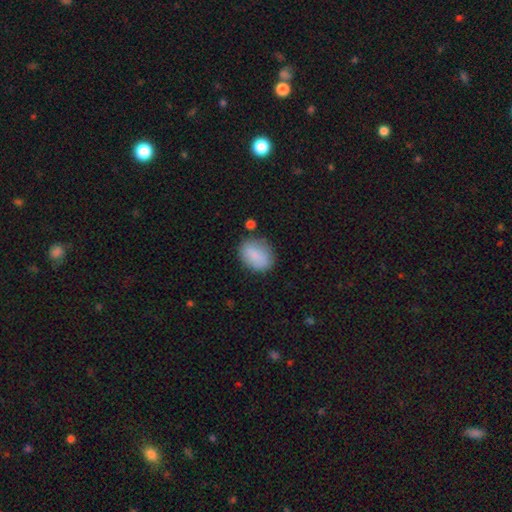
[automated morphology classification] Smooth or featured: smooth — 84% (featured or disk — 9%)
How rounded: in between — 67% (round — 31%)
Merging: none — 75% (minor disturbance — 16%)